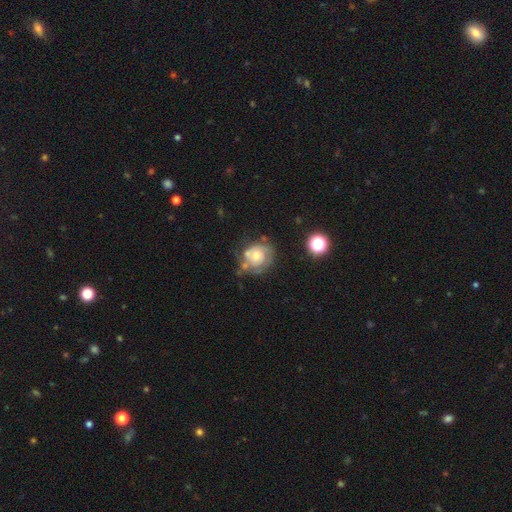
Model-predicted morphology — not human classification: smooth_or_featured: featured or disk (p=0.58) [alt: smooth p=0.33]
disk_edge_on: no (p=0.98) [alt: yes p=0.02]
bar: no (p=0.83) [alt: weak p=0.15]
has_spiral_arms: yes (p=0.64) [alt: no p=0.36]
bulge_size: moderate (p=0.51) [alt: small p=0.32]
merging: none (p=0.45) [alt: minor disturbance p=0.28]